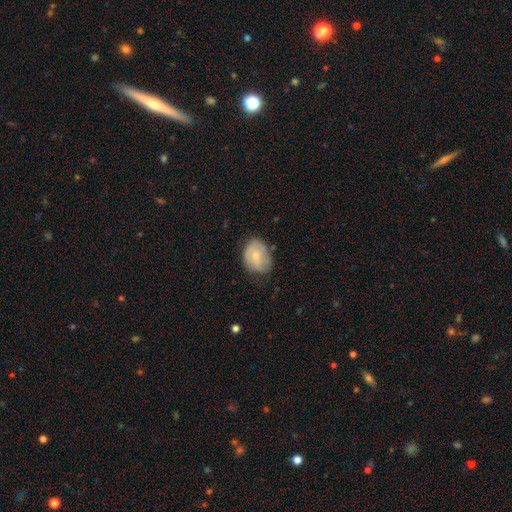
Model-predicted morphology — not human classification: Smooth or featured: smooth — 66% (featured or disk — 27%)
How rounded: in between — 62% (round — 37%)
Merging: none — 61% (minor disturbance — 29%)